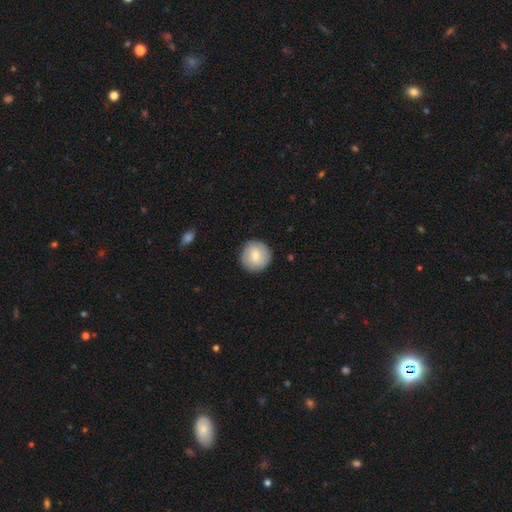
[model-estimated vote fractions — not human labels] This is likely a smooth galaxy (61%). How rounded: clearly round (94%). Merging: clearly none (89%).